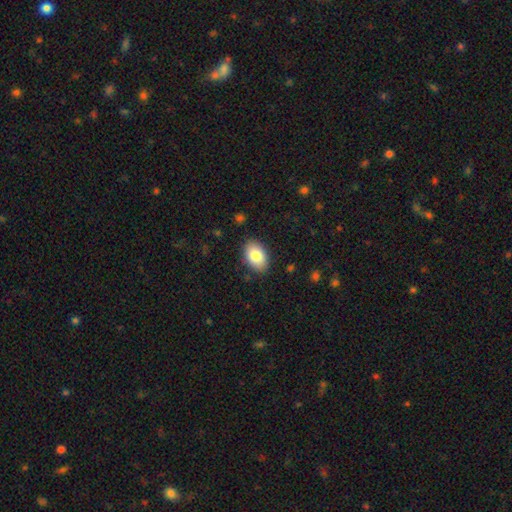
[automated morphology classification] smooth_or_featured: smooth (p=0.84) [alt: featured or disk p=0.09]
how_rounded: in between (p=0.91) [alt: round p=0.08]
merging: none (p=0.87) [alt: minor disturbance p=0.10]